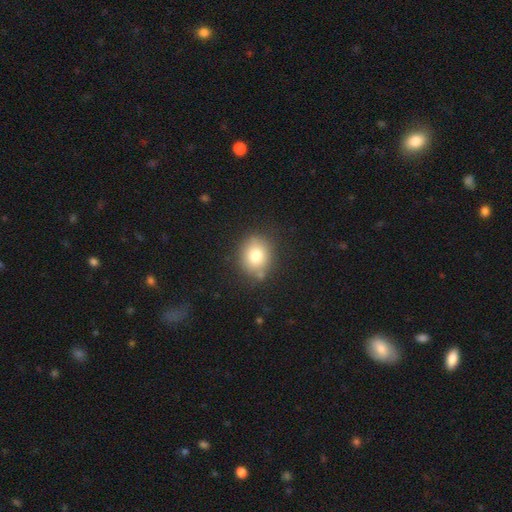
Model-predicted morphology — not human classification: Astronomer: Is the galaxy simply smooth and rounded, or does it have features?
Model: smooth — 79%.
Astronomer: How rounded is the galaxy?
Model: round — 61% (runner-up: in between, 38%).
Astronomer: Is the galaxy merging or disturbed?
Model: none — 80%.